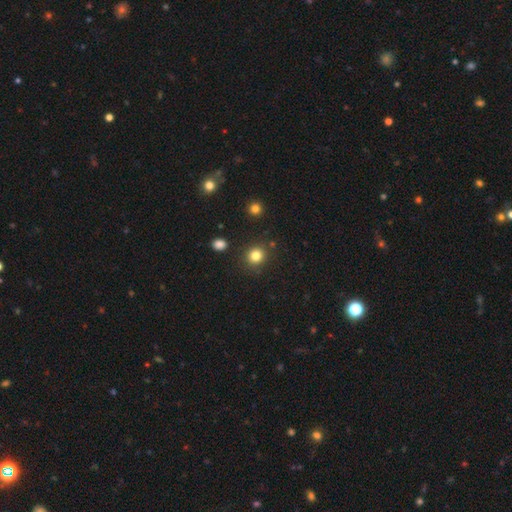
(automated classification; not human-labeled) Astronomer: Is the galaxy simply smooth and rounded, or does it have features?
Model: smooth — 83%.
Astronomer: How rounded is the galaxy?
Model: round — 86%.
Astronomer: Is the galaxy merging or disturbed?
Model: none — 87%.